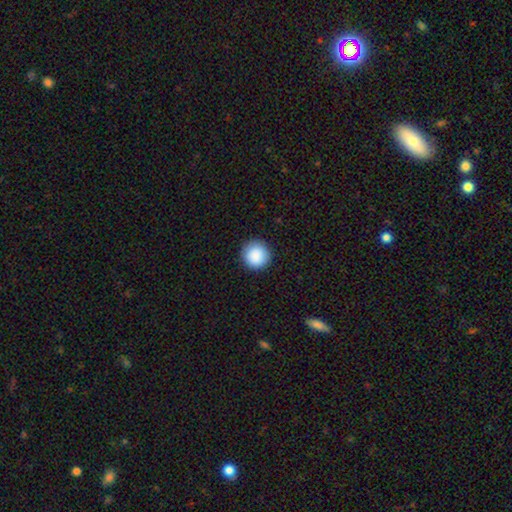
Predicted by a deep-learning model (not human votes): smooth_or_featured: smooth (p=0.89) [alt: star or artifact p=0.08]
how_rounded: round (p=0.96) [alt: in between p=0.03]
merging: none (p=0.91) [alt: minor disturbance p=0.06]